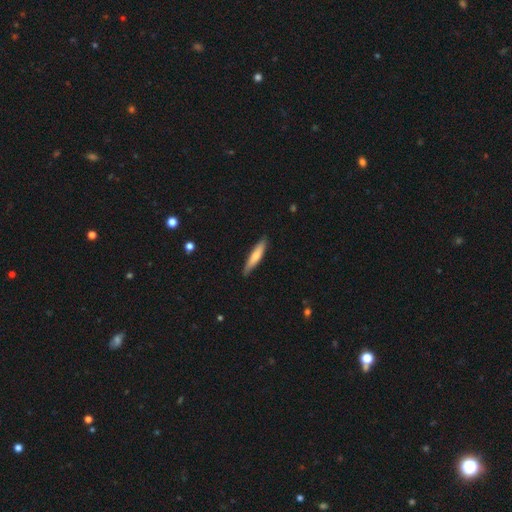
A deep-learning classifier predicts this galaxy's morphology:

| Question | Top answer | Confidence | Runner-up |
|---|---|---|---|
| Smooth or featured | smooth | 68% | featured or disk (27%) |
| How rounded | cigar-shaped | 86% | in between (13%) |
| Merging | none | 86% | minor disturbance (11%) |